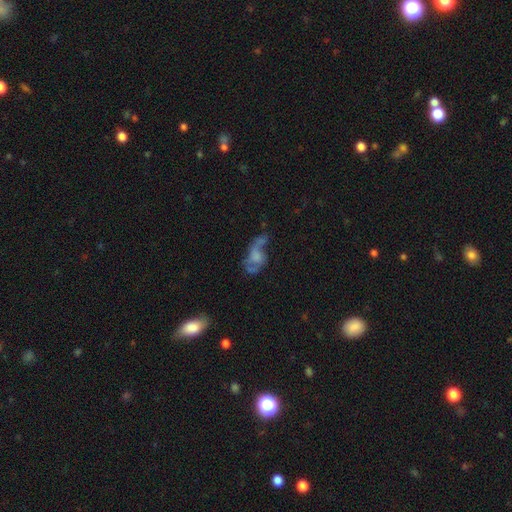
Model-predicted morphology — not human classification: Overall: featured or disk (57%; smooth 29%). Edge-on disk: no (94%). Bar: no (79%). Spiral arms: no (50%, tied with yes). Bulge size: none (44%; moderate 22%). Merging: major disturbance (38%; none 30%).